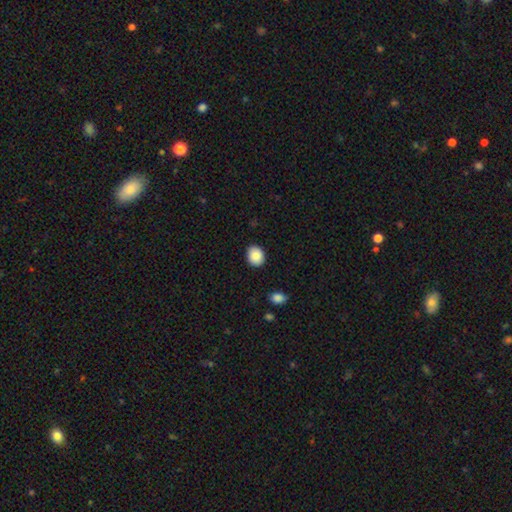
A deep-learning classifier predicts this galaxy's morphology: A smooth galaxy with no disk features (87%) that is round (61%).

Vote fractions:
- Smooth or featured? smooth: 87% / star or artifact: 8% / featured or disk: 5%
- How rounded? round: 61% / in between: 38% / cigar-shaped: 1%
- Merging? none: 89% / minor disturbance: 8% / major disturbance: 2% / merger: 1%